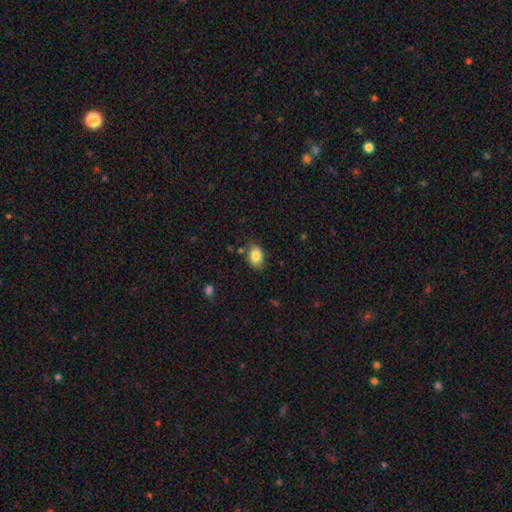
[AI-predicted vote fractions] Smooth or featured: smooth — 85% (star or artifact — 8%)
How rounded: in between — 74% (round — 25%)
Merging: none — 80% (minor disturbance — 14%)